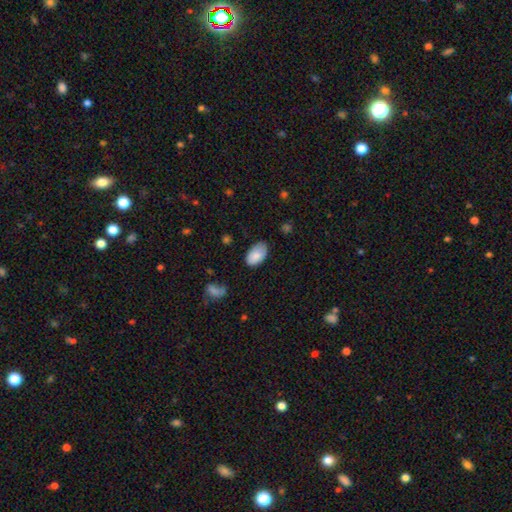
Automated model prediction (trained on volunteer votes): smooth 84%, featured or disk 9%, star or artifact 7%. Down the decision tree: how rounded — in between (94%); merging — none (72%).